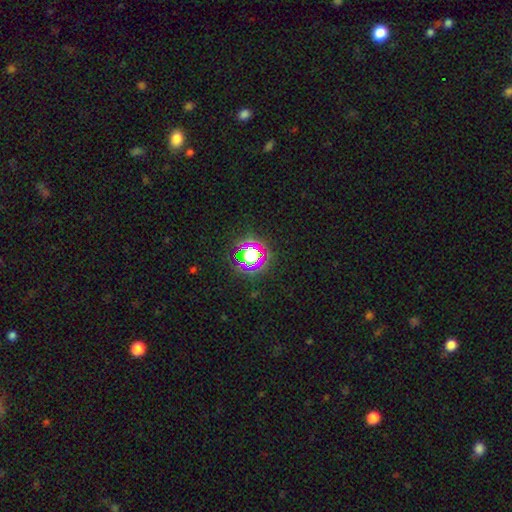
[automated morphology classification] star or artifact 58%, smooth 28%, featured or disk 14%.